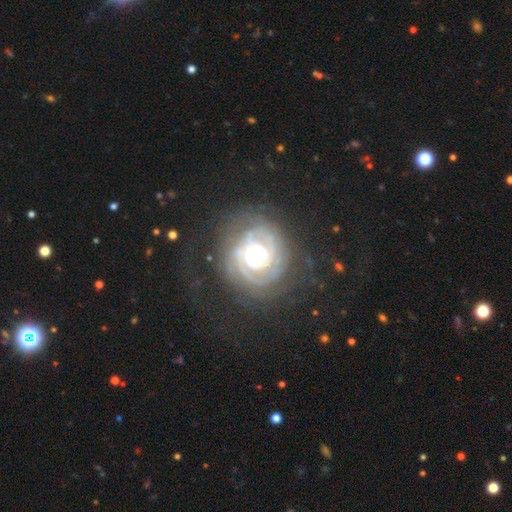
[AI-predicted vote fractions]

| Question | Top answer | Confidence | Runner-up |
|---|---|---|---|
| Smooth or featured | featured or disk | 84% | smooth (10%) |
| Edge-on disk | no | 97% | yes (3%) |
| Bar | no | 74% | weak (19%) |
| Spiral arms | yes | 93% | no (7%) |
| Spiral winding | tight | 72% | medium (22%) |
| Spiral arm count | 2 | 31% | tied: can't tell (31%) |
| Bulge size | moderate | 60% | small (19%) |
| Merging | none | 70% | minor disturbance (17%) |